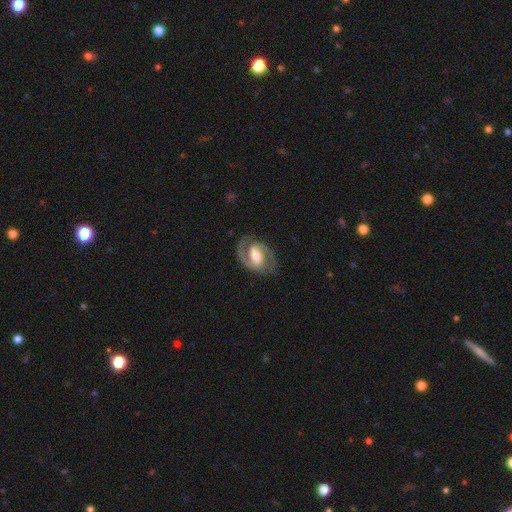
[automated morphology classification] This appears to be a featured or disk galaxy (86%) with a weak bar (45%), 2 (91%) medium (56%) spiral arms (95%) and a moderate central bulge (63%). Merging: none (82%).